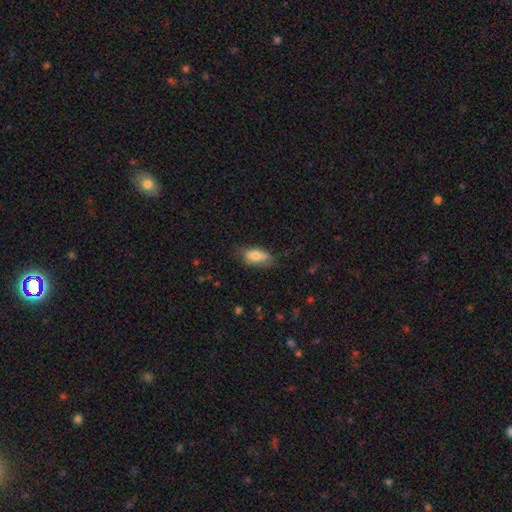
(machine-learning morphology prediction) This is likely a smooth galaxy (77%). How rounded: clearly in between (86%). Merging: likely none (66%).